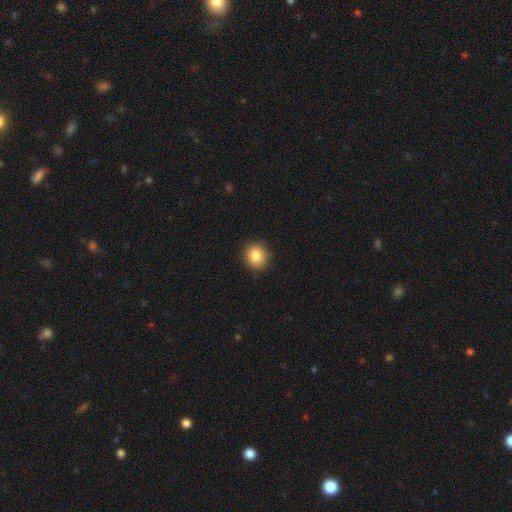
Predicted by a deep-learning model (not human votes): Smooth or featured: smooth — 85% (star or artifact — 9%)
How rounded: round — 86% (in between — 13%)
Merging: none — 90% (minor disturbance — 7%)